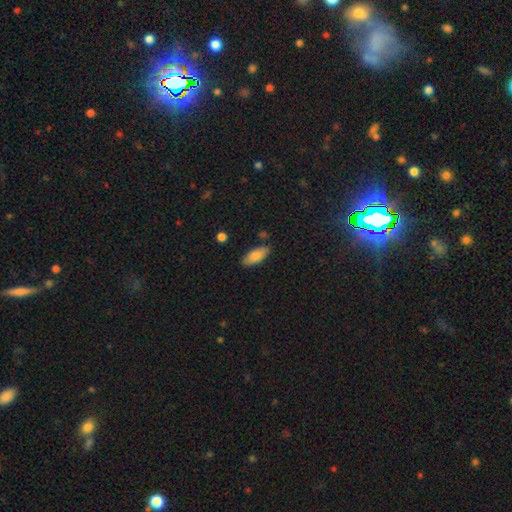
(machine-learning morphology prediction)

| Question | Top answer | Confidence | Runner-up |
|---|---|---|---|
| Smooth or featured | smooth | 83% | featured or disk (10%) |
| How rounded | in between | 82% | cigar-shaped (16%) |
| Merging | none | 83% | minor disturbance (12%) |